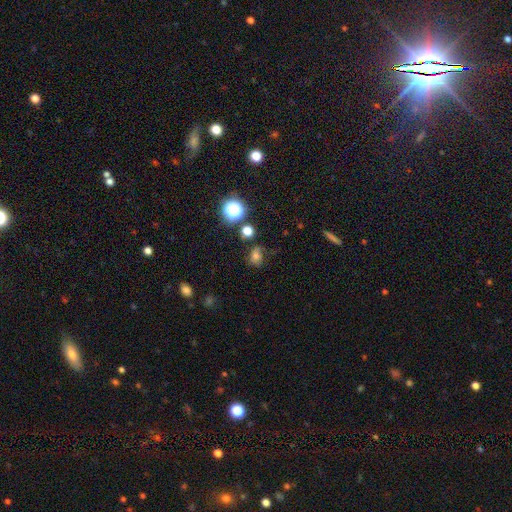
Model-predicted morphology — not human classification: Smooth or featured? smooth (57%)
How rounded? round (54%)
Merging? none (59%)